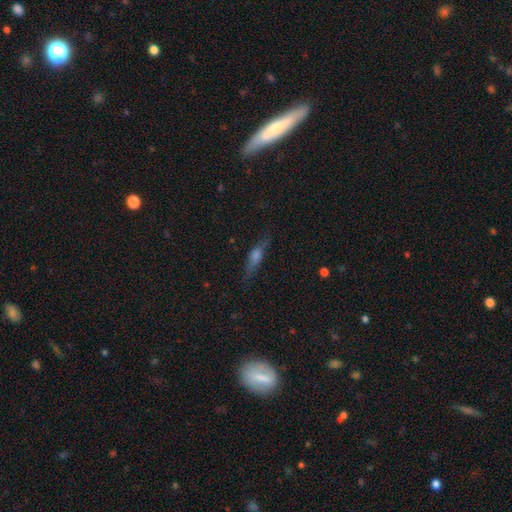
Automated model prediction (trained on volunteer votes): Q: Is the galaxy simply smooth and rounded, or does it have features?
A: featured or disk — 47%.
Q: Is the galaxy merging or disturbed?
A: none — 76%.